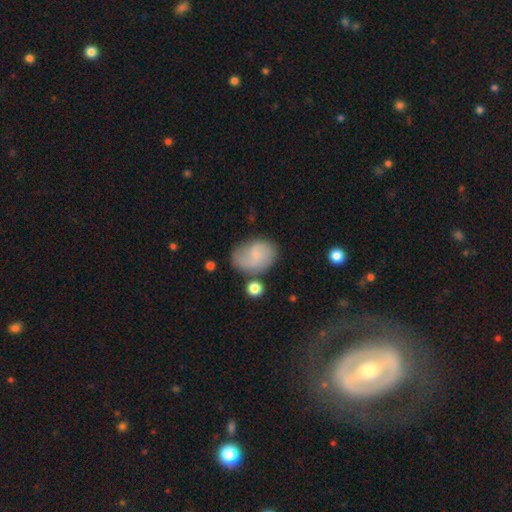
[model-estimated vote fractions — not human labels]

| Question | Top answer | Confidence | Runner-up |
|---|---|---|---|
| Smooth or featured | featured or disk | 48% | smooth (44%) |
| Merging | none | 62% | minor disturbance (23%) |